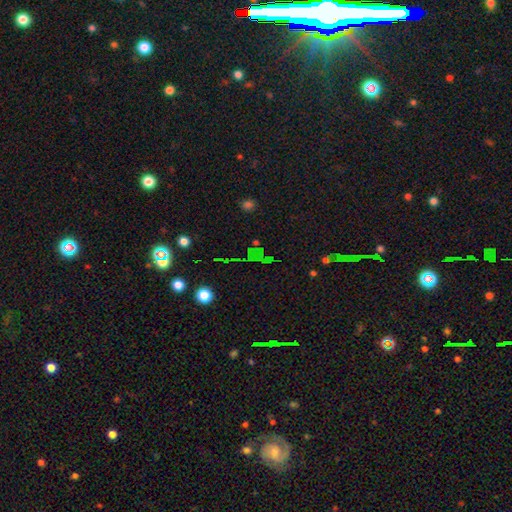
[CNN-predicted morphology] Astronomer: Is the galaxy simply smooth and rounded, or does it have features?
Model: star or artifact — 63%.